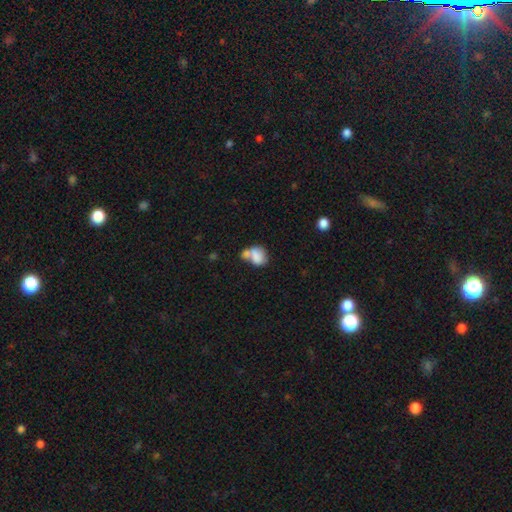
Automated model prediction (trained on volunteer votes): smooth-or-featured: smooth: 76% | featured or disk: 15% | star or artifact: 9%
  how-rounded: in between: 62% | round: 36% | cigar-shaped: 1%
  merging: merger: 53% | none: 24% | minor disturbance: 14% | major disturbance: 9%